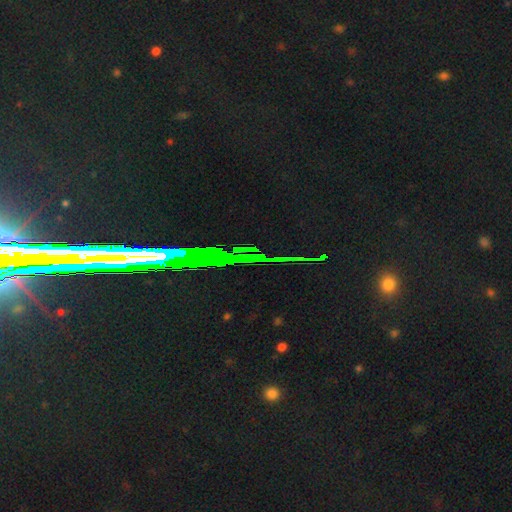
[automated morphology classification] This is likely a star or artifact rather than a galaxy (78%).